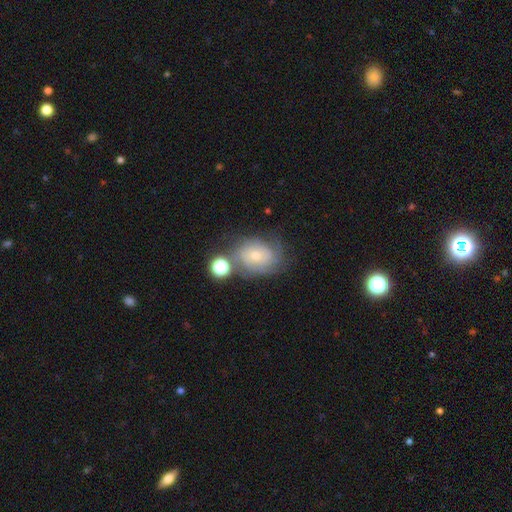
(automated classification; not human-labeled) This appears to be a featured or disk galaxy (61%) with no bar (78%), tight (56%) spiral arms (85%) and a small central bulge (65%). Merging: none (53%).